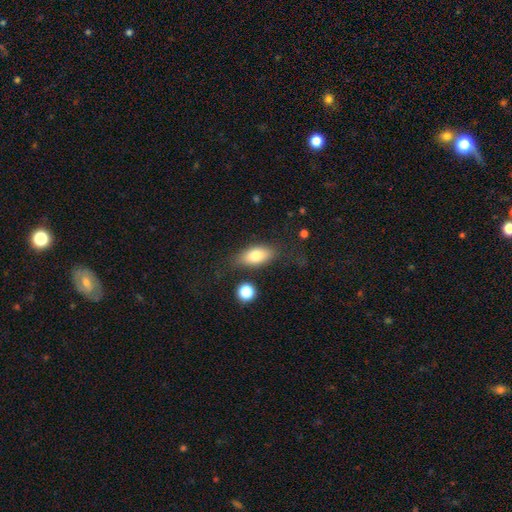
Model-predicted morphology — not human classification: Smooth or featured?
  - smooth: 78% *
  - featured or disk: 15%
  - star or artifact: 8%
How rounded?
  - in between: 86% *
  - cigar-shaped: 8%
  - round: 5%
Merging?
  - none: 74% *
  - minor disturbance: 16%
  - major disturbance: 6%
  - merger: 4%